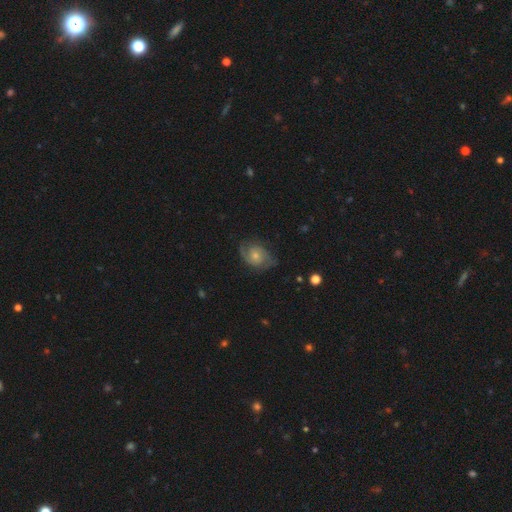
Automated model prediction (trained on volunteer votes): Q: Smooth or featured?
A: featured or disk (79%); runner-up: smooth (15%)
Q: Edge-on disk?
A: no (97%); runner-up: yes (3%)
Q: Bar?
A: no (71%); runner-up: weak (25%)
Q: Spiral arms?
A: yes (94%); runner-up: no (6%)
Q: Spiral winding?
A: medium (47%); runner-up: tight (34%)
Q: Spiral arm count?
A: 2 (82%); runner-up: can't tell (7%)
Q: Bulge size?
A: small (56%); runner-up: moderate (37%)
Q: Merging?
A: none (70%); runner-up: minor disturbance (20%)